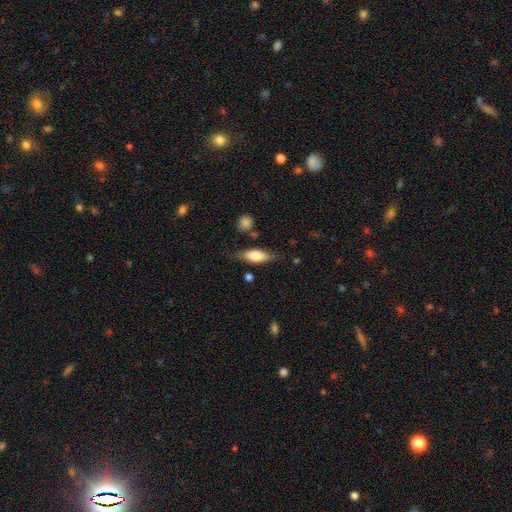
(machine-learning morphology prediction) smooth-or-featured: smooth: 67% | featured or disk: 27% | star or artifact: 6%
  how-rounded: in between: 71% | cigar-shaped: 25% | round: 3%
  merging: none: 72% | minor disturbance: 18% | major disturbance: 5% | merger: 4%